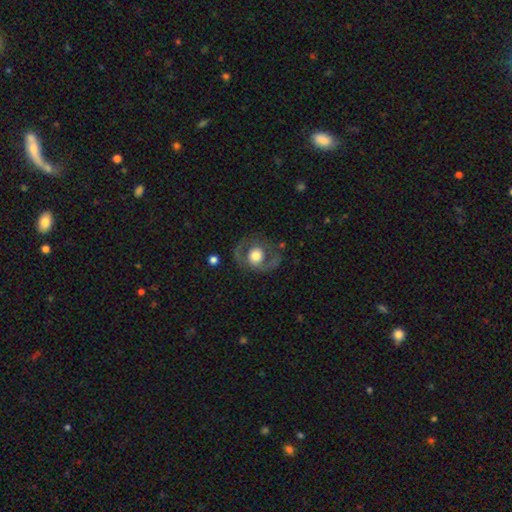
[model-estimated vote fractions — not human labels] Smooth or featured? Predicted: featured or disk (p=0.55). Edge-on disk? Predicted: no (p=0.96). Bar? Predicted: no (p=0.80). Spiral arms? Predicted: yes (p=0.53). Bulge size? Predicted: large (p=0.46). Merging? Predicted: none (p=0.66).